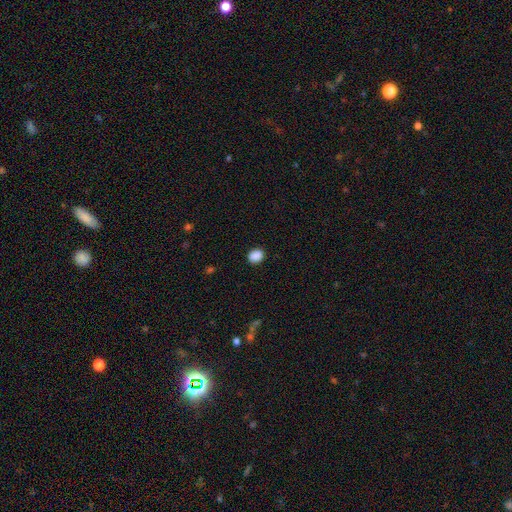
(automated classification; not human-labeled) smooth 89%, star or artifact 9%, featured or disk 2%. Down the decision tree: how rounded — round (54%); merging — none (88%).